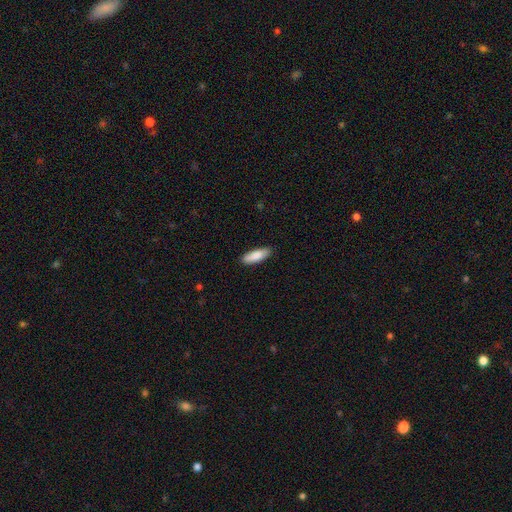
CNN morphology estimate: A smooth galaxy with no disk features (87%) that is in between round and cigar-shaped (54%). Merging: none (87%).